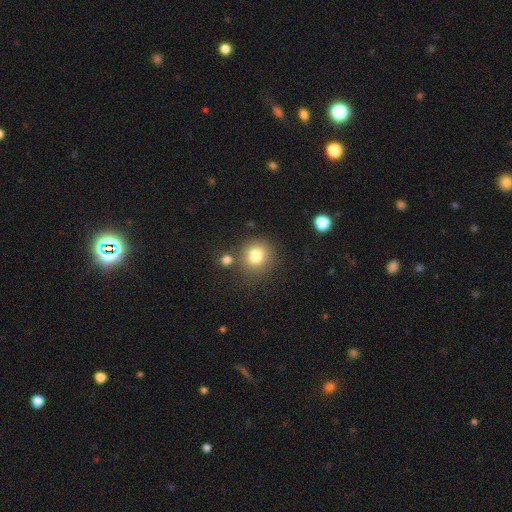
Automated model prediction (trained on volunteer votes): The model was most divided on "merging": none: 76%, merger: 10%, minor disturbance: 10%, major disturbance: 4%. More confident: how rounded — round (88%); smooth or featured — smooth (79%).